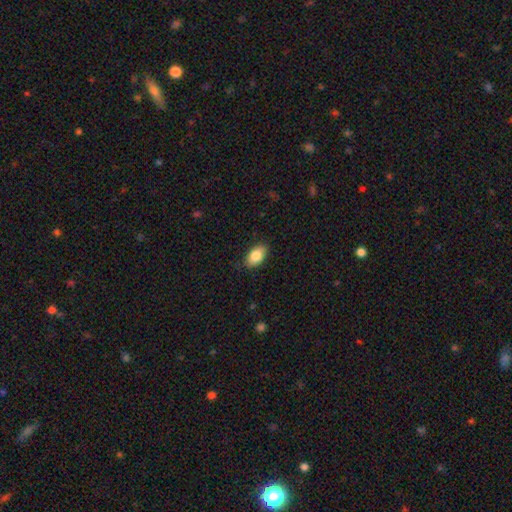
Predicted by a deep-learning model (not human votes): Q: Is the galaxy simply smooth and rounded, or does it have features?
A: smooth — 84%.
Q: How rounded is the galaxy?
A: in between — 92%.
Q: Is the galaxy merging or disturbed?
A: none — 85%.